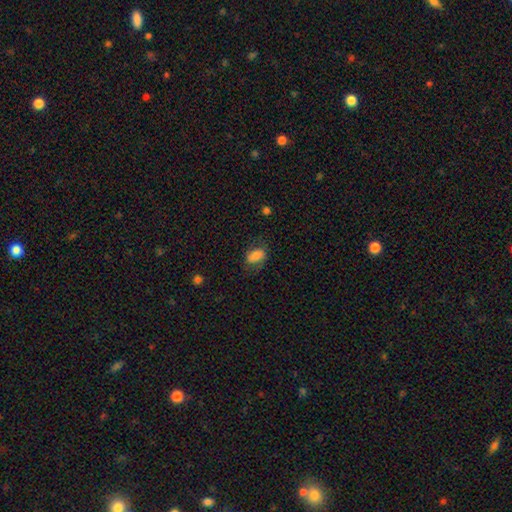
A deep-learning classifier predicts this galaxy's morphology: A smooth galaxy with no disk features (78%) that is in between round and cigar-shaped (88%). Merging: none (62%).